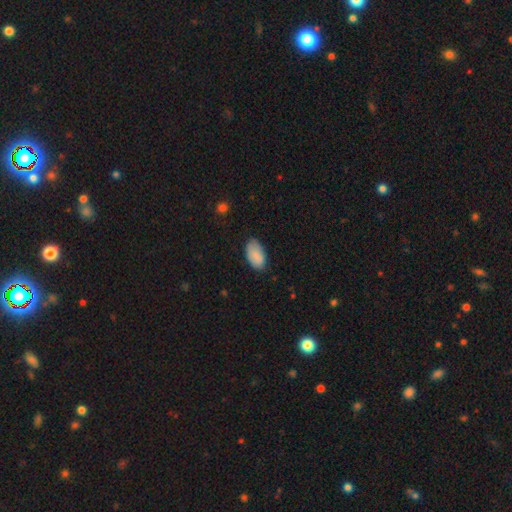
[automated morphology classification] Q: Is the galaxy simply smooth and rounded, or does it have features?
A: smooth — 87%.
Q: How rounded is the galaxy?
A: in between — 95%.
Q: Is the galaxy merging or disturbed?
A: none — 74%.